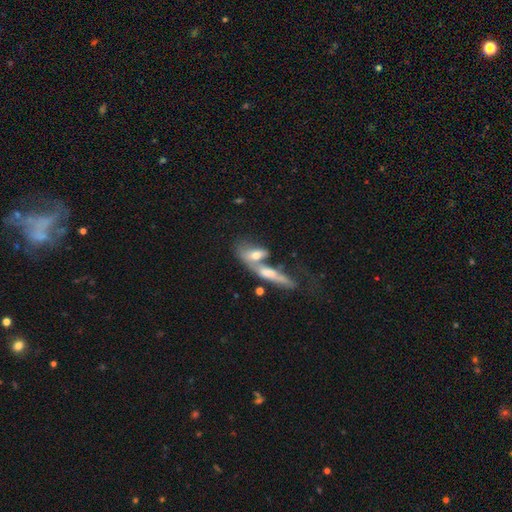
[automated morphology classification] A smooth galaxy with no disk features (53%) that is in between round and cigar-shaped (56%).

Vote fractions:
- Smooth or featured? smooth: 53% / featured or disk: 38% / star or artifact: 8%
- How rounded? in between: 56% / cigar-shaped: 37% / round: 6%
- Merging? merger: 59% / none: 22% / minor disturbance: 10% / major disturbance: 9%